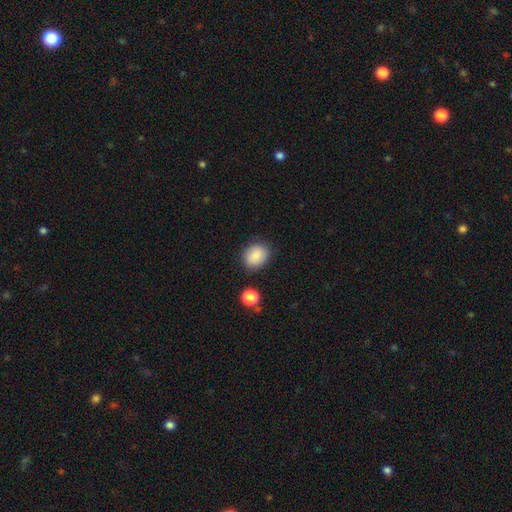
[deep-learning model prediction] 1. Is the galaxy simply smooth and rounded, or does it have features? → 86% smooth, 8% star or artifact, 6% featured or disk.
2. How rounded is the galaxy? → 56% round, 43% in between, 1% cigar-shaped.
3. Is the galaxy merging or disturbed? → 82% none, 12% minor disturbance, 3% major disturbance, 3% merger.